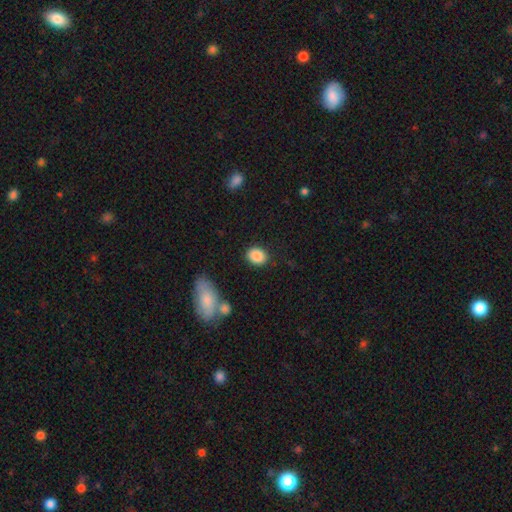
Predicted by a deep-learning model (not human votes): Smooth or featured? Predicted: smooth (p=0.87). How rounded? Predicted: in between (p=0.54). Merging? Predicted: none (p=0.85).